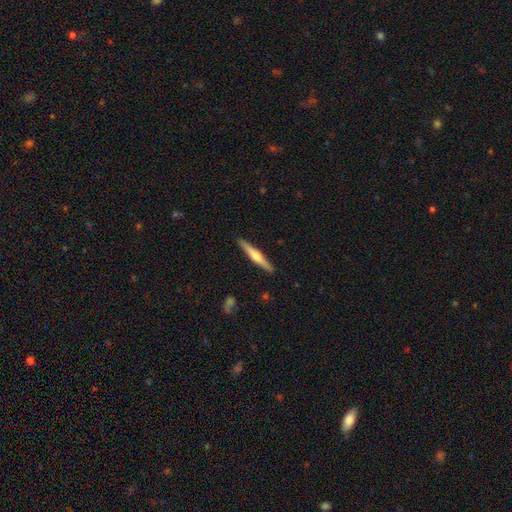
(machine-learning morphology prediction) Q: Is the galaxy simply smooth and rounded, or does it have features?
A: featured or disk — 60%.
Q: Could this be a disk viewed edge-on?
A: yes — 98%.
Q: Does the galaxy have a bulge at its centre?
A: rounded — 81%.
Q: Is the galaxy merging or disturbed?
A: none — 91%.